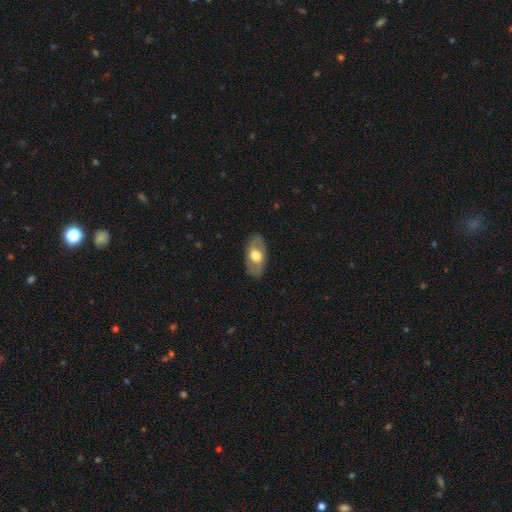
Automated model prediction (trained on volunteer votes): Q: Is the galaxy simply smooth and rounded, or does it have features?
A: featured or disk — 48%.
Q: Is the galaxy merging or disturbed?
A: none — 84%.